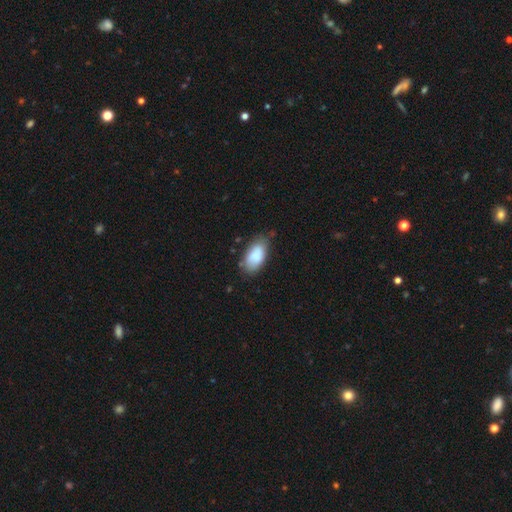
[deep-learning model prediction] This appears to be a smooth galaxy with no disk features (85%) that is in between round and cigar-shaped (93%). Merging: none (66%).